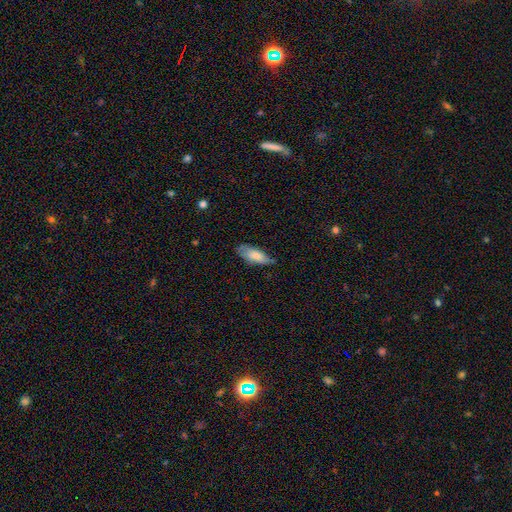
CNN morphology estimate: Smooth or featured? smooth (77%)
How rounded? in between (77%)
Merging? none (58%)